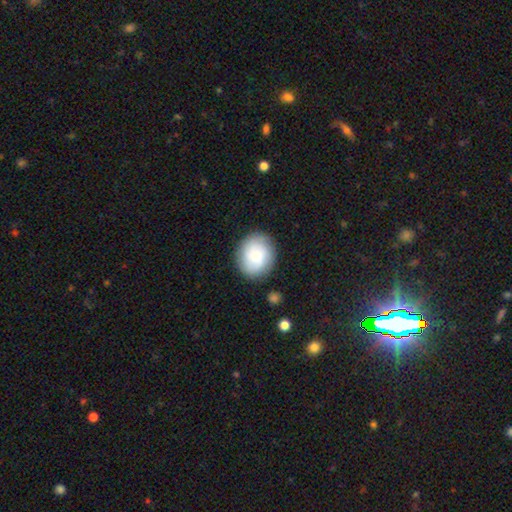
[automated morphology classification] smooth-or-featured: smooth: 70% | featured or disk: 23% | star or artifact: 7%
  how-rounded: round: 72% | in between: 27% | cigar-shaped: 1%
  merging: none: 83% | minor disturbance: 11% | major disturbance: 3% | merger: 2%